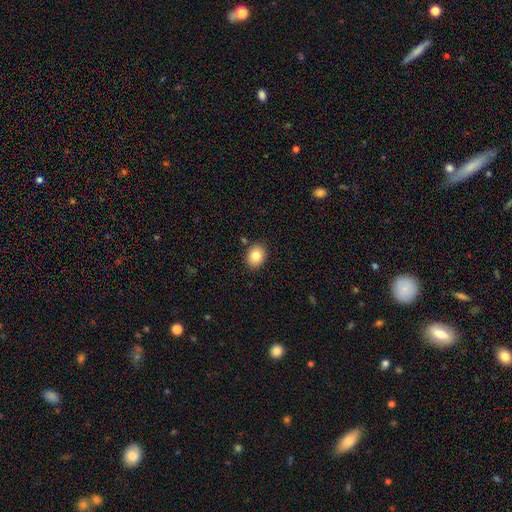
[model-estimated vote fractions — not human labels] smooth_or_featured: smooth (p=0.83) [alt: star or artifact p=0.09]
how_rounded: in between (p=0.51) [alt: round p=0.48]
merging: none (p=0.87) [alt: minor disturbance p=0.09]